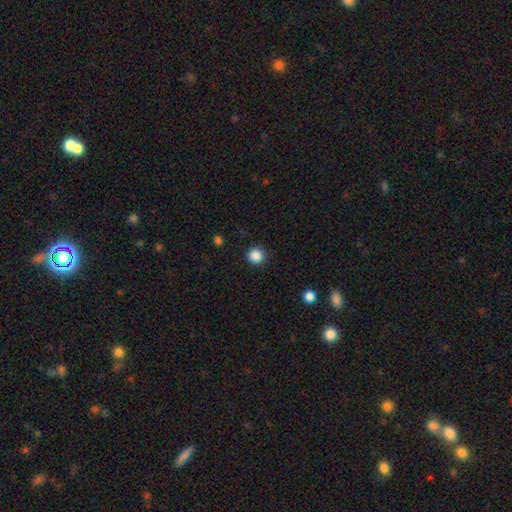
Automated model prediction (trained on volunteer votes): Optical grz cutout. It shows a smooth galaxy with no disk features (87%) that is round (95%). Merging: none (91%).